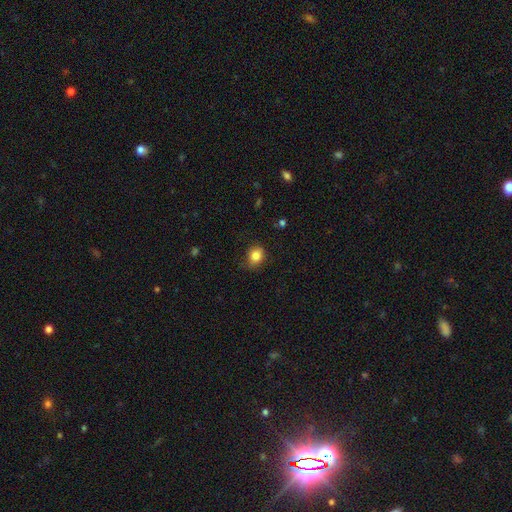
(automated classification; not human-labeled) smooth 83%, star or artifact 10%, featured or disk 6%. Down the decision tree: how rounded — round (65%); merging — none (74%).